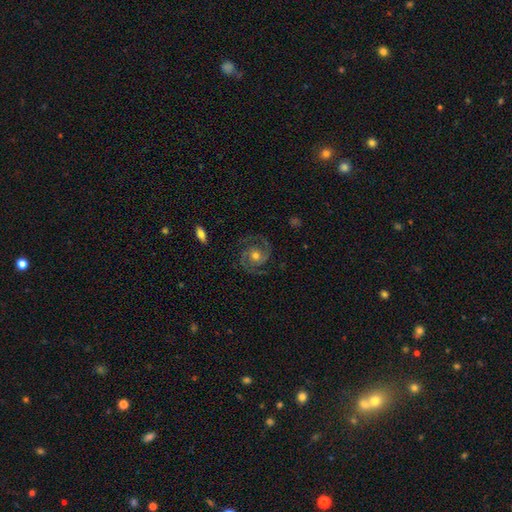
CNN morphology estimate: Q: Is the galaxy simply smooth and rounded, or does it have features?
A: featured or disk — 90%.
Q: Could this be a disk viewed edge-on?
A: no — 98%.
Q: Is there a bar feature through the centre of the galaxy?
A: no — 71%.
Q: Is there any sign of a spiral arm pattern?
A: yes — 98%.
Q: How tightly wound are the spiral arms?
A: medium — 49%.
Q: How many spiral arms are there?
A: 2 — 90%.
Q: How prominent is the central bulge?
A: moderate — 69%.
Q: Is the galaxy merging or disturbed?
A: none — 81%.